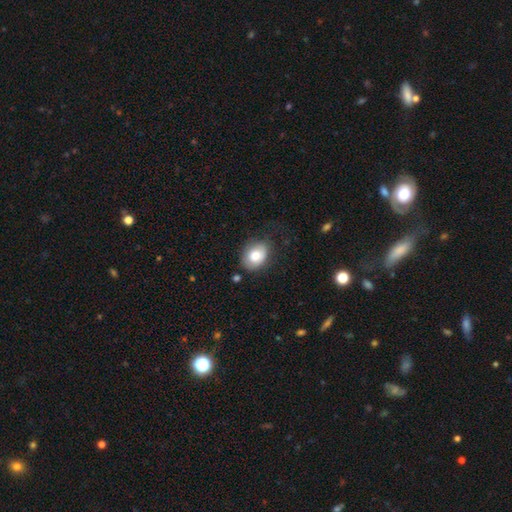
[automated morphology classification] smooth 79%, featured or disk 13%, star or artifact 8%. Down the decision tree: how rounded — in between (65%); merging — none (69%).